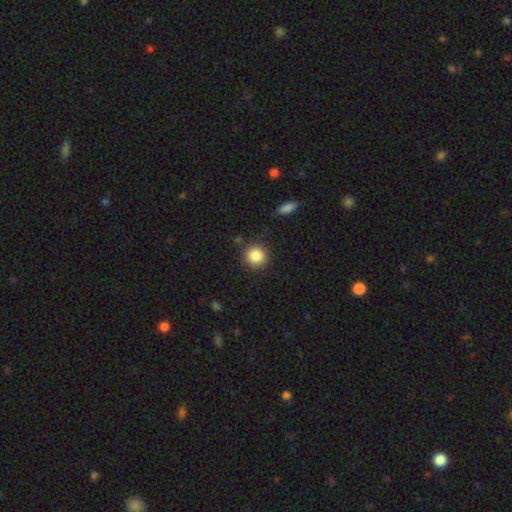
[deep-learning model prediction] Smooth or featured: smooth — 86% (star or artifact — 9%)
How rounded: round — 91% (in between — 8%)
Merging: none — 86% (minor disturbance — 9%)